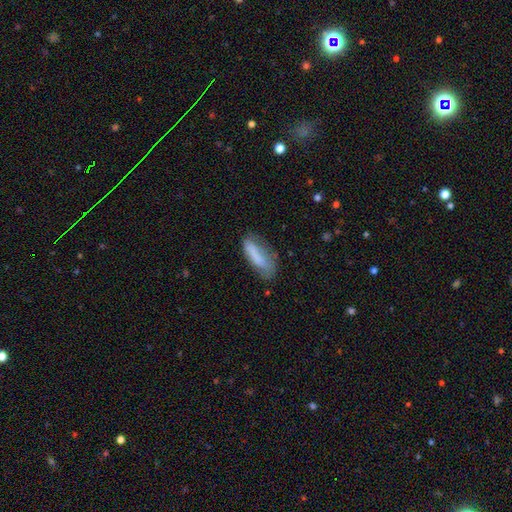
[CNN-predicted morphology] smooth_or_featured: smooth (p=0.73) [alt: featured or disk p=0.19]
how_rounded: cigar-shaped (p=0.53) [alt: in between p=0.45]
merging: none (p=0.54) [alt: minor disturbance p=0.30]